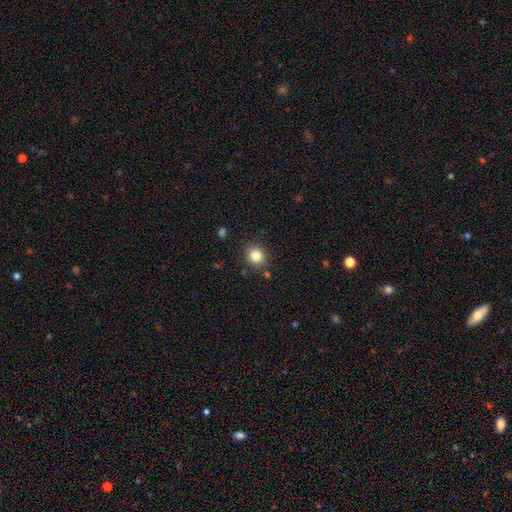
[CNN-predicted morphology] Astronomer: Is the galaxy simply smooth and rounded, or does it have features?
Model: smooth — 84%.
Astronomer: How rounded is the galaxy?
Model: round — 81%.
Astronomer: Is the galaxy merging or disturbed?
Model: none — 86%.